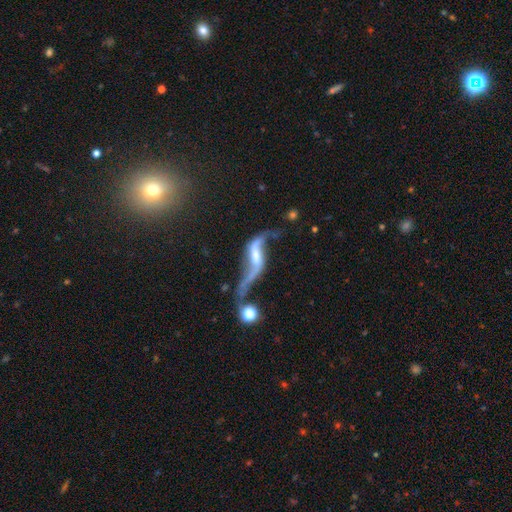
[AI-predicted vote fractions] Smooth or featured? Predicted: featured or disk (p=0.83). Edge-on disk? Predicted: no (p=0.90). Bar? Predicted: weak (p=0.39). Spiral arms? Predicted: yes (p=0.90). Spiral winding? Predicted: loose (p=0.93). Spiral arm count? Predicted: 2 (p=0.91). Bulge size? Predicted: small (p=0.36). Merging? Predicted: none (p=0.37).